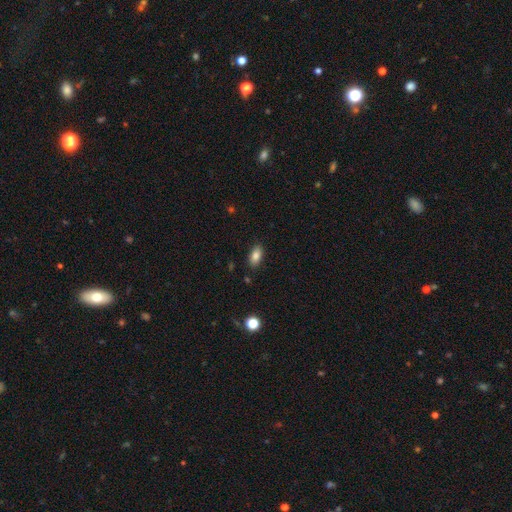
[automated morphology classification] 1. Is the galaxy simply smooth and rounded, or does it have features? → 83% smooth, 8% featured or disk, 8% star or artifact.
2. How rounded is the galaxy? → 90% in between, 6% cigar-shaped, 4% round.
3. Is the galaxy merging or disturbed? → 86% none, 10% minor disturbance, 2% major disturbance, 2% merger.